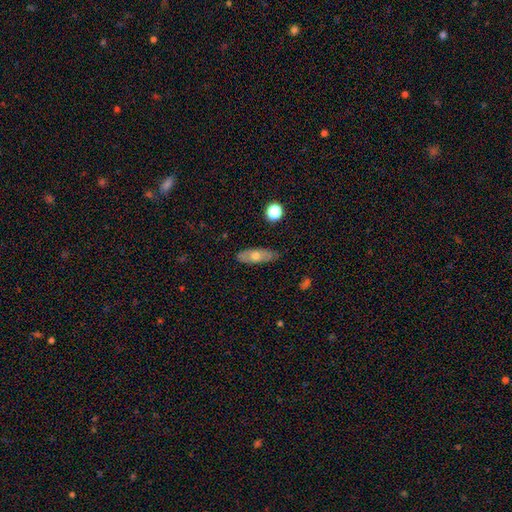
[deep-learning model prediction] Smooth or featured: smooth — 51% (featured or disk — 41%)
How rounded: in between — 65% (cigar-shaped — 30%)
Merging: none — 81% (minor disturbance — 15%)